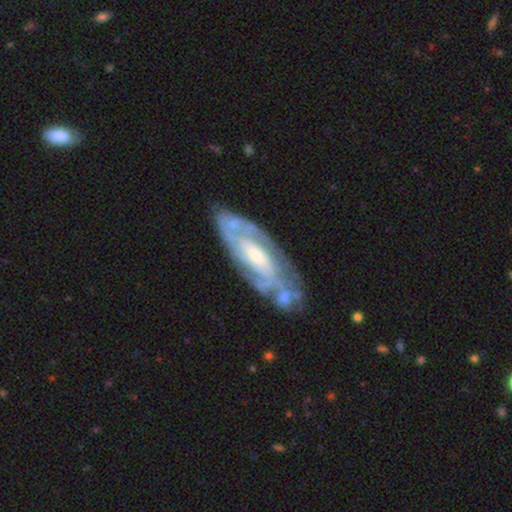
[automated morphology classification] featured or disk 85%, smooth 10%, star or artifact 5%. Down the decision tree: edge-on disk — no (89%); bar — no (44%); spiral arms — yes (94%); spiral arm count — 2 (41%); spiral winding — tight (61%); bulge size — moderate (49%); merging — none (69%).